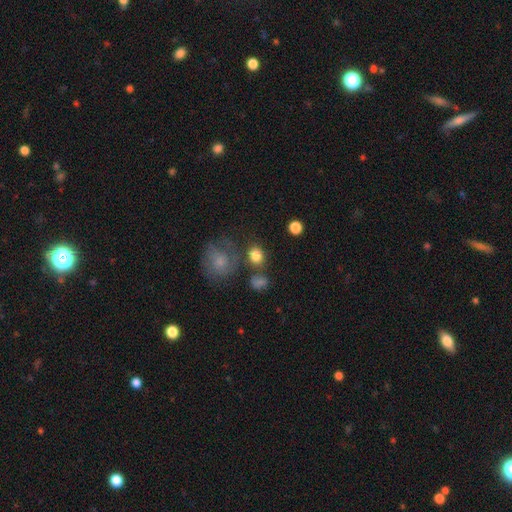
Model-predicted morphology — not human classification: Smooth or featured? smooth (82%)
How rounded? round (65%)
Merging? none (69%)